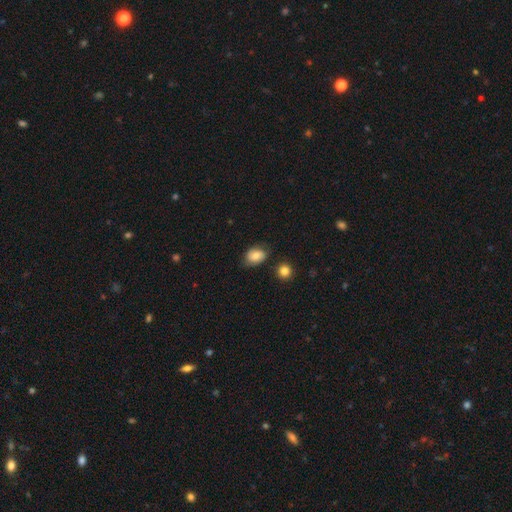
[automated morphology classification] type=smooth (69%); roundness=in between (70%); merging=none (72%).